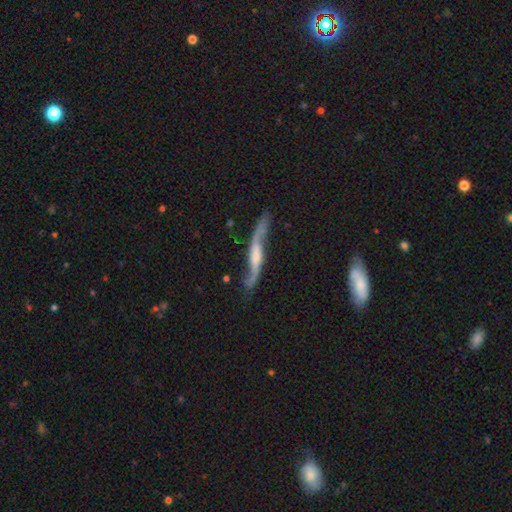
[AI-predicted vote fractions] A featured or disk galaxy (84%) with a weak bar (42%), spiral arms (95%) and a moderate central bulge (34%). Merging: none (68%).